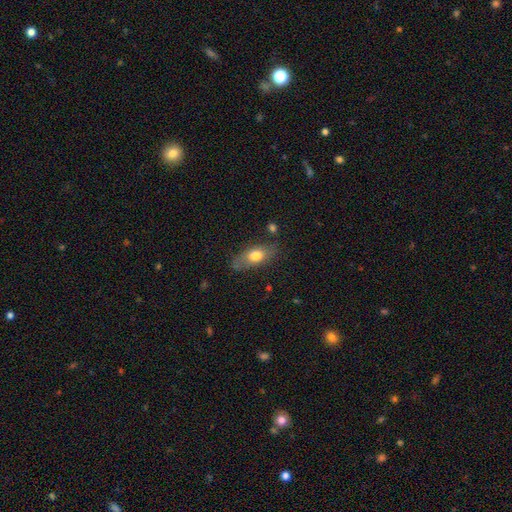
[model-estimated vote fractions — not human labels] smooth 70%, featured or disk 22%, star or artifact 7%. Down the decision tree: how rounded — in between (80%); merging — none (68%).